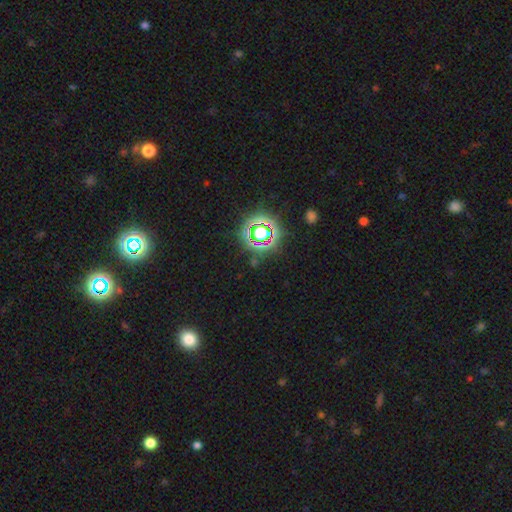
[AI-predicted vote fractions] star or artifact 77%, smooth 14%, featured or disk 8%.